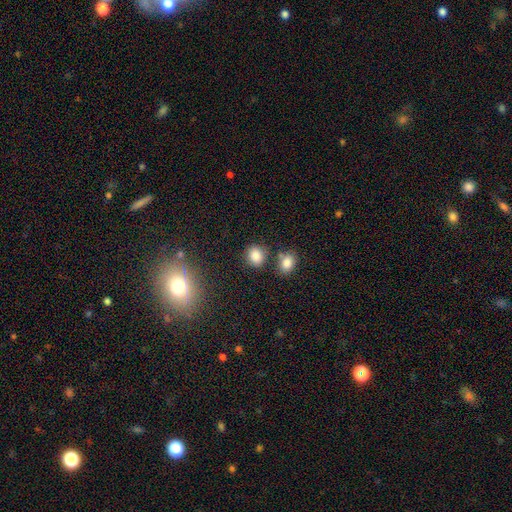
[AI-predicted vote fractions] A smooth galaxy with no disk features (83%) that is round (64%).

Vote fractions:
- Smooth or featured? smooth: 83% / star or artifact: 12% / featured or disk: 5%
- How rounded? round: 64% / in between: 35% / cigar-shaped: 1%
- Merging? none: 74% / minor disturbance: 12% / merger: 11% / major disturbance: 4%